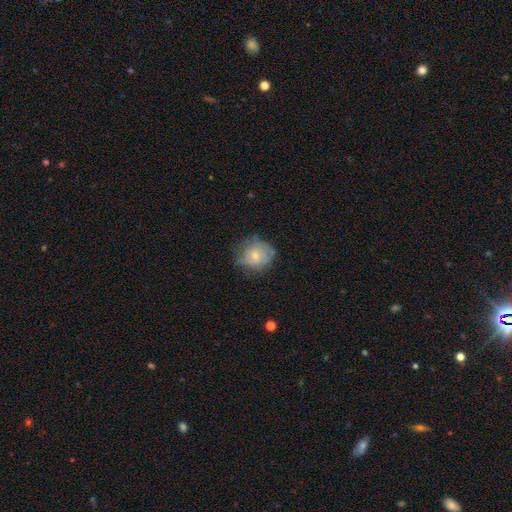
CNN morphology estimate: Smooth or featured? smooth (49%)
Merging? none (57%)